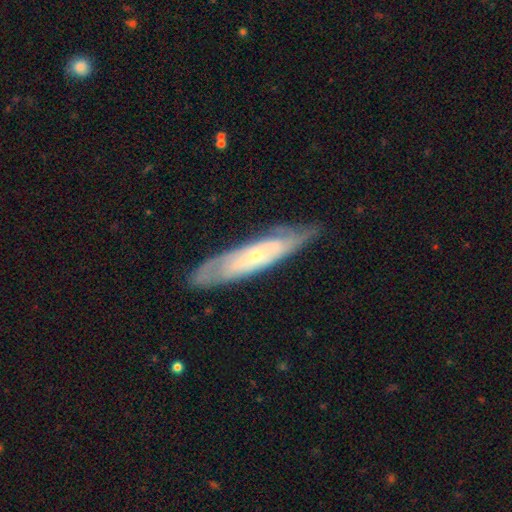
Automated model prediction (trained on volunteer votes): featured or disk 72%, smooth 22%, star or artifact 6%. Down the decision tree: edge-on disk — no (64%); merging — none (76%).